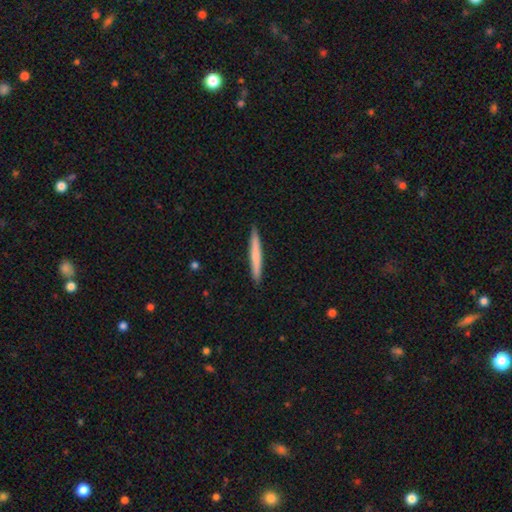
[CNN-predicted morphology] A smooth galaxy with no disk features (69%) that is cigar-shaped (97%).

Vote fractions:
- Smooth or featured? smooth: 69% / featured or disk: 26% / star or artifact: 5%
- How rounded? cigar-shaped: 97% / in between: 2% / round: 1%
- Merging? none: 92% / minor disturbance: 6% / major disturbance: 1% / merger: 1%